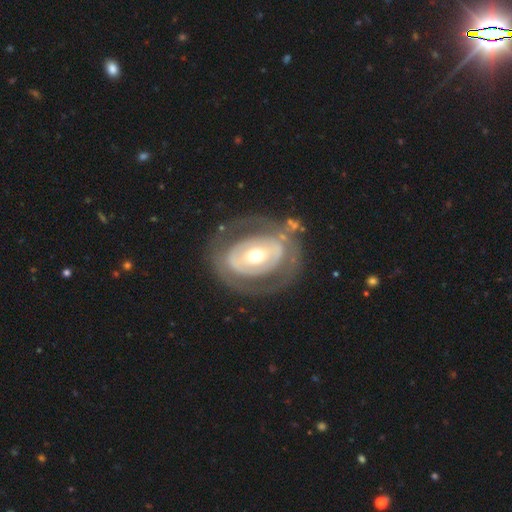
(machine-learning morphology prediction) type=featured or disk (71%); edge-on=no (95%); bar=no (55%); spiral arms=no (64%); bulge=moderate (63%); merging=none (71%).